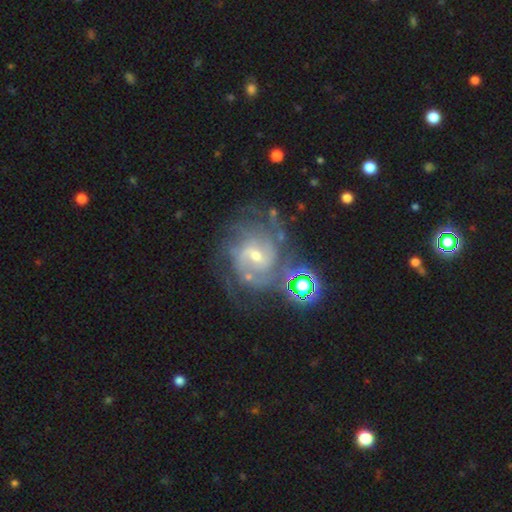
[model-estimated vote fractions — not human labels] Q: Smooth or featured?
A: featured or disk (81%); runner-up: star or artifact (10%)
Q: Edge-on disk?
A: no (97%); runner-up: yes (3%)
Q: Bar?
A: weak (47%); runner-up: no (41%)
Q: Spiral arms?
A: yes (93%); runner-up: no (7%)
Q: Spiral winding?
A: tight (50%); runner-up: medium (38%)
Q: Spiral arm count?
A: can't tell (36%); runner-up: 2 (27%)
Q: Bulge size?
A: small (62%); runner-up: moderate (34%)
Q: Merging?
A: none (58%); runner-up: minor disturbance (19%)